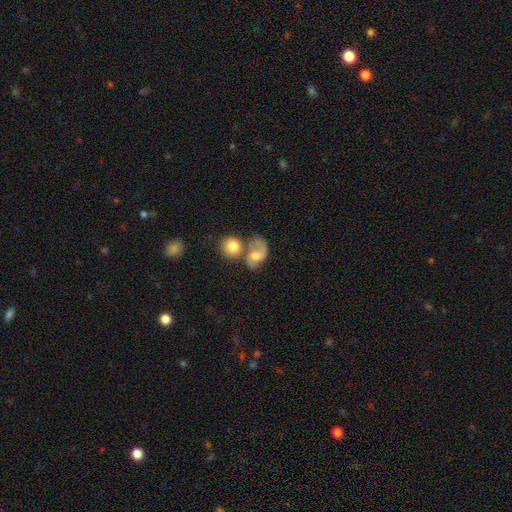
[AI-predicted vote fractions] The model was most divided on "merging": merger: 45%, none: 29%, minor disturbance: 15%, major disturbance: 12%. More confident: how rounded — in between (64%); smooth or featured — smooth (55%).